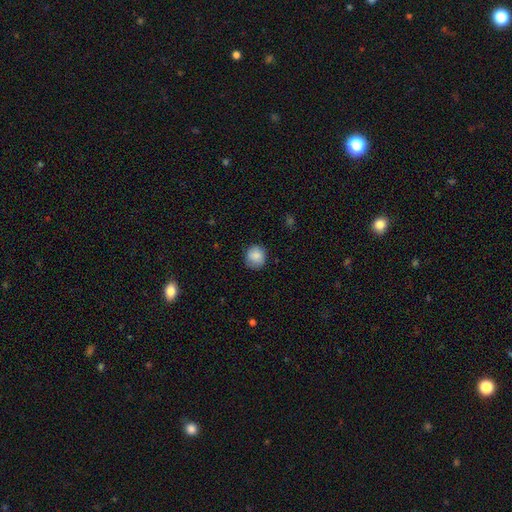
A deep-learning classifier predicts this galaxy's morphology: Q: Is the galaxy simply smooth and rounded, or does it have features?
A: smooth — 85%.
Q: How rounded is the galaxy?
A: round — 89%.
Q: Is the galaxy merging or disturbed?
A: none — 80%.